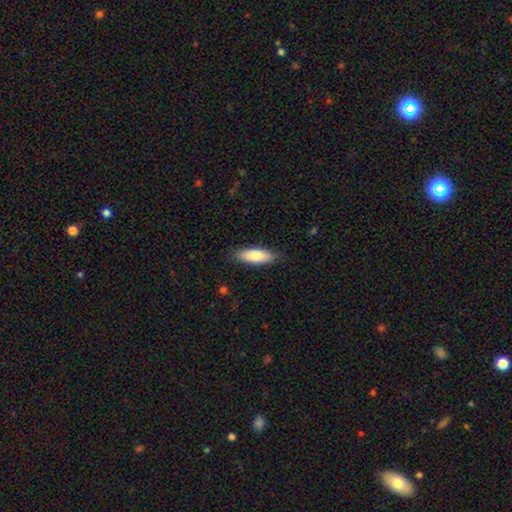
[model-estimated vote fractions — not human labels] This is clearly a smooth galaxy (82%). How rounded: possibly in between (59%). Merging: clearly none (84%).